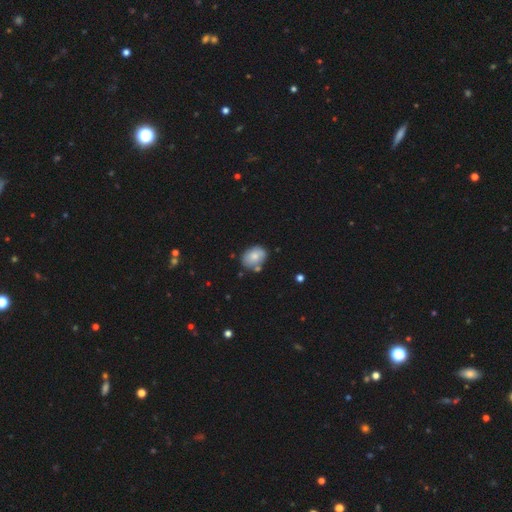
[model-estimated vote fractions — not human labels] Smooth or featured? smooth (77%)
How rounded? in between (71%)
Merging? none (70%)